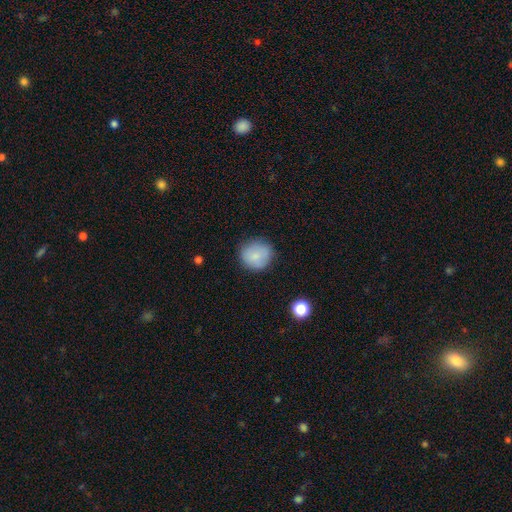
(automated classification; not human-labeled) Smooth or featured?
  - smooth: 81% *
  - featured or disk: 11%
  - star or artifact: 8%
How rounded?
  - round: 85% *
  - in between: 14%
  - cigar-shaped: 1%
Merging?
  - none: 75% *
  - minor disturbance: 18%
  - major disturbance: 4%
  - merger: 2%